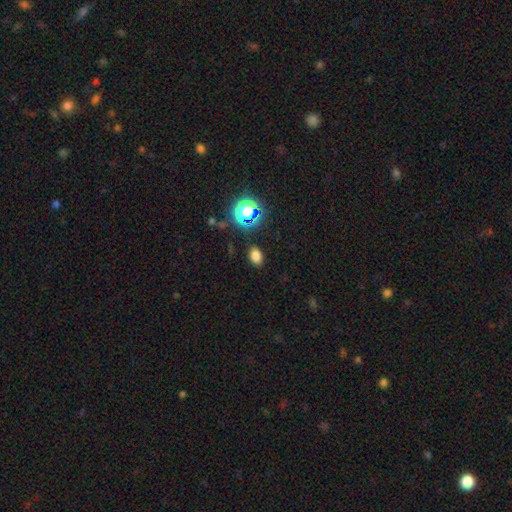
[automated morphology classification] smooth-or-featured: smooth: 75% | star or artifact: 19% | featured or disk: 6%
  how-rounded: in between: 76% | round: 23% | cigar-shaped: 1%
  merging: none: 85% | minor disturbance: 10% | major disturbance: 3% | merger: 2%